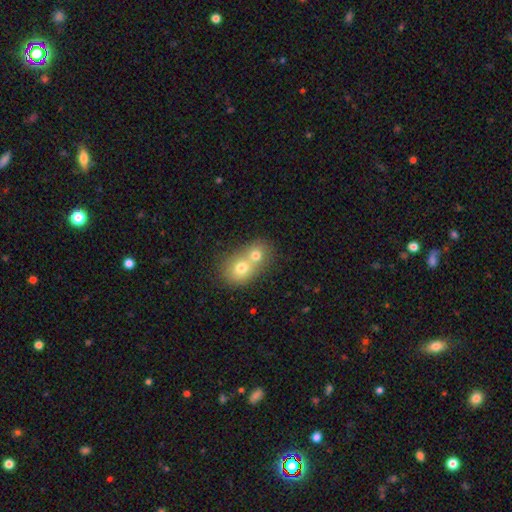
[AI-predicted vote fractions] Smooth or featured? Predicted: smooth (p=0.69). How rounded? Predicted: round (p=0.67). Merging? Predicted: merger (p=0.72).